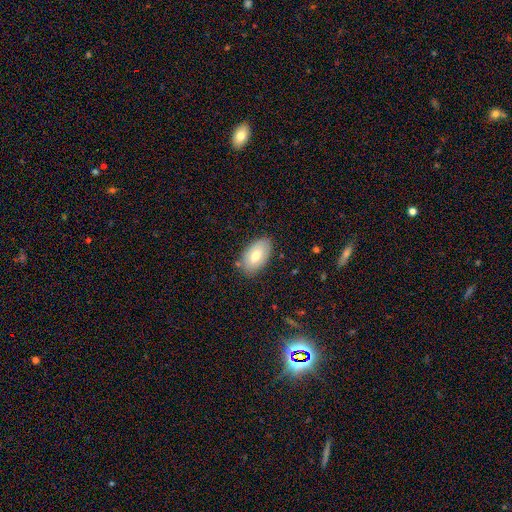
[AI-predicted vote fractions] smooth-or-featured: smooth: 71% | featured or disk: 23% | star or artifact: 7%
  how-rounded: in between: 94% | round: 4% | cigar-shaped: 2%
  merging: none: 81% | minor disturbance: 14% | major disturbance: 3% | merger: 2%